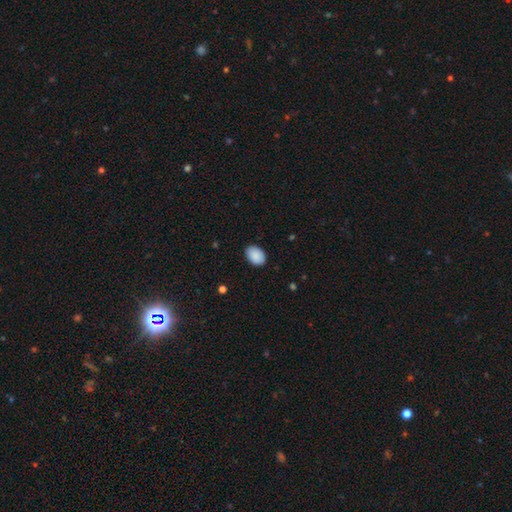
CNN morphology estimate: smooth_or_featured: smooth (p=0.90) [alt: star or artifact p=0.07]
how_rounded: in between (p=0.86) [alt: round p=0.13]
merging: none (p=0.87) [alt: minor disturbance p=0.10]